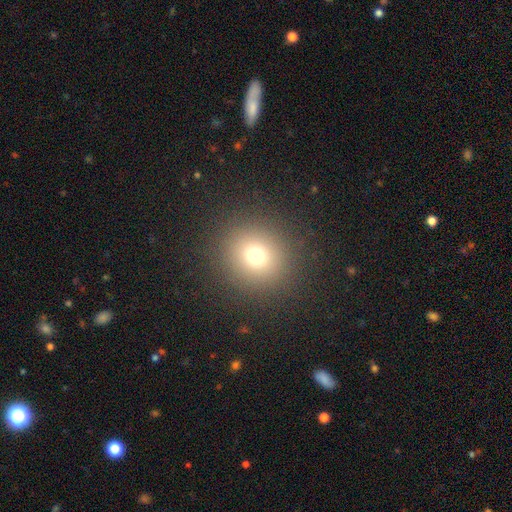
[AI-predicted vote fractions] The model was most divided on "smooth or featured": smooth: 73%, star or artifact: 19%, featured or disk: 9%. More confident: how rounded — round (91%); merging — none (89%).